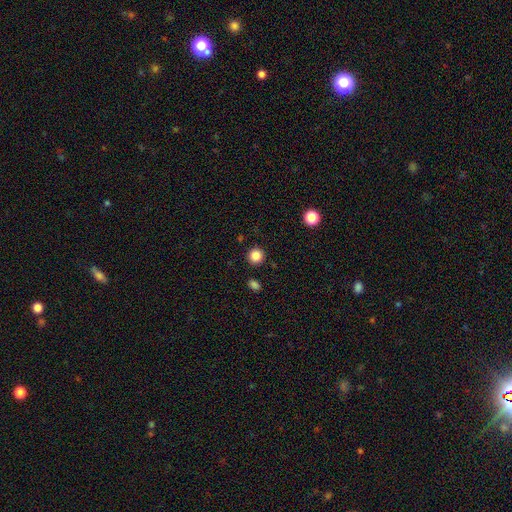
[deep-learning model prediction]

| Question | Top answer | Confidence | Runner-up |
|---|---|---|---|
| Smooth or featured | smooth | 86% | star or artifact (11%) |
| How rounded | round | 94% | in between (5%) |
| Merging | none | 90% | minor disturbance (6%) |